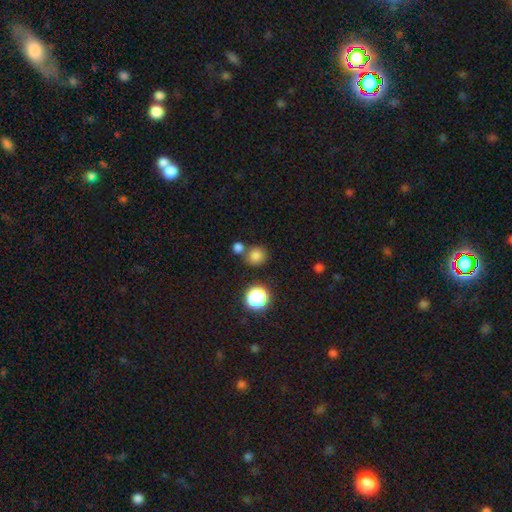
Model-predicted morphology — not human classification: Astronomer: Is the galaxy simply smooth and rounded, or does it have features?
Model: smooth — 79%.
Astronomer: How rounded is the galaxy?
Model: round — 87%.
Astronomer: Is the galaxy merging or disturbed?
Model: none — 68%.